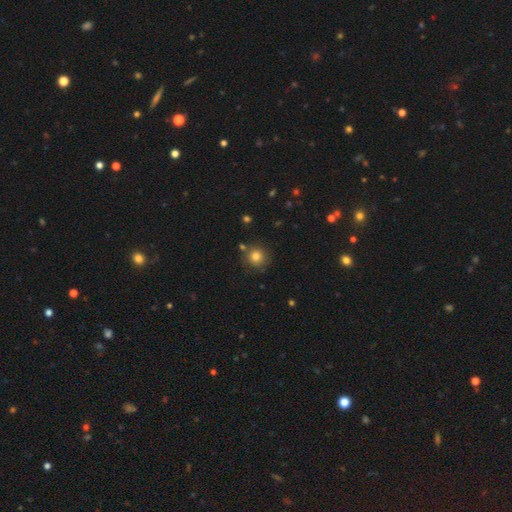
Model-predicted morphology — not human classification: smooth 79%, star or artifact 13%, featured or disk 8%. Down the decision tree: how rounded — round (93%); merging — none (81%).